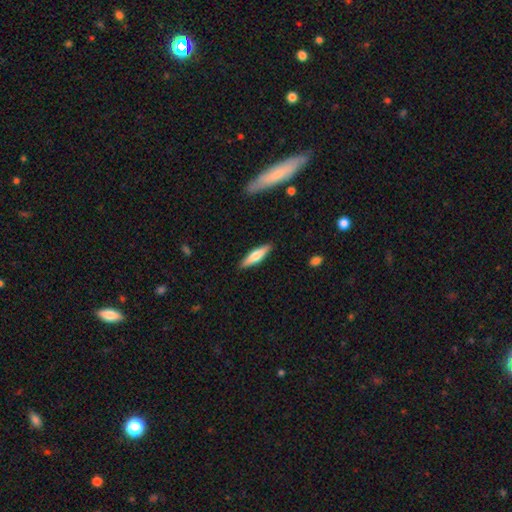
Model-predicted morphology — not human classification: Smooth or featured: smooth — 59% (featured or disk — 36%)
How rounded: cigar-shaped — 74% (in between — 25%)
Merging: none — 90% (minor disturbance — 8%)